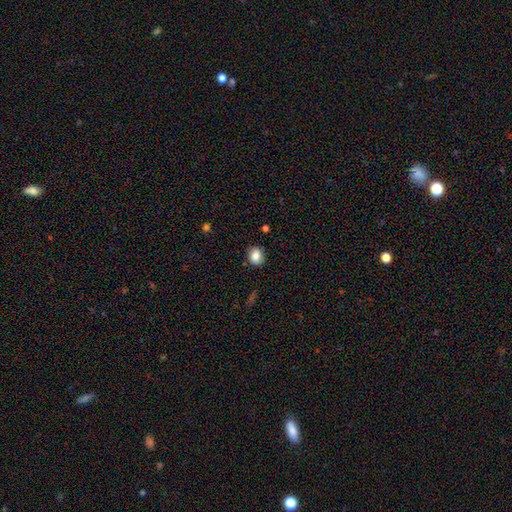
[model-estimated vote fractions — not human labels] Q: Smooth or featured?
A: smooth (84%); runner-up: star or artifact (9%)
Q: How rounded?
A: round (65%); runner-up: in between (34%)
Q: Merging?
A: none (83%); runner-up: minor disturbance (12%)